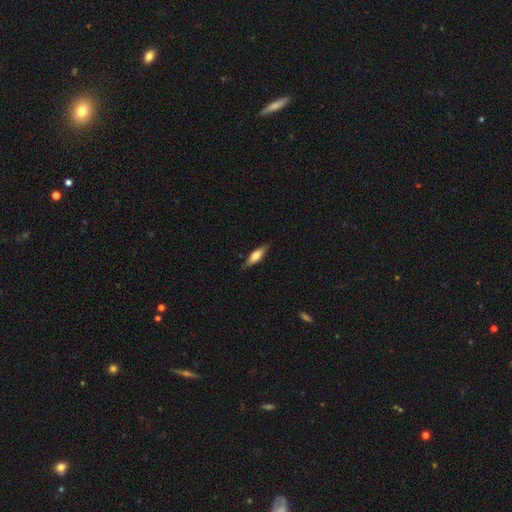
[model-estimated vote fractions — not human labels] Morphology: type=smooth (56%); roundness=cigar-shaped (60%); merging=none (83%).